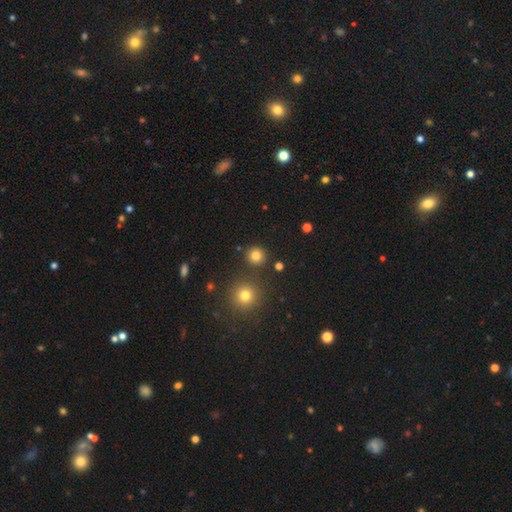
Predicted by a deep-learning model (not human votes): The model was most divided on "smooth or featured": smooth: 80%, star or artifact: 15%, featured or disk: 5%. More confident: how rounded — round (93%); merging — none (88%).